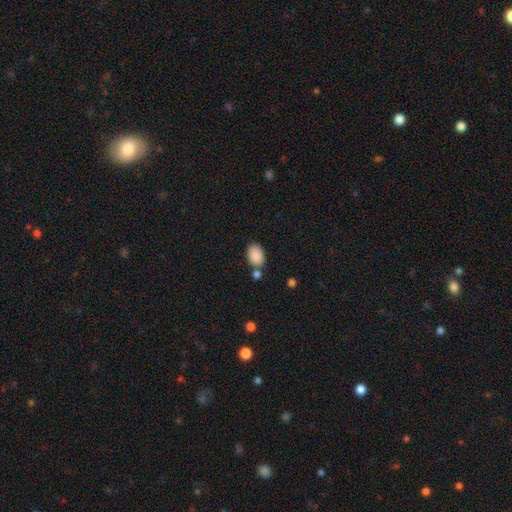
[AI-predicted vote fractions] The model was most divided on "merging": none: 71%, minor disturbance: 13%, merger: 12%, major disturbance: 4%. More confident: smooth or featured — smooth (89%); how rounded — in between (85%).